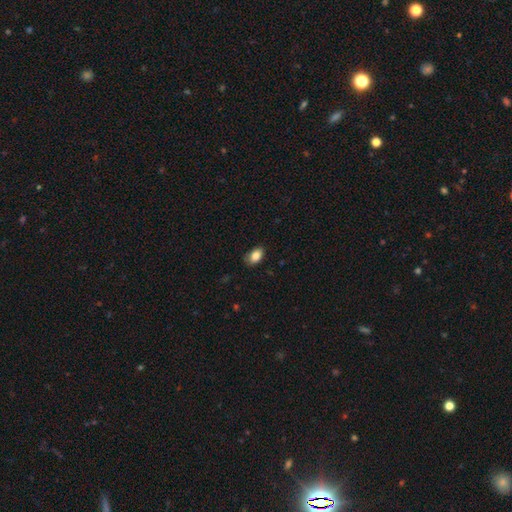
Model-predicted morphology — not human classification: Smooth or featured: smooth — 85% (star or artifact — 8%)
How rounded: in between — 89% (round — 10%)
Merging: none — 80% (minor disturbance — 16%)